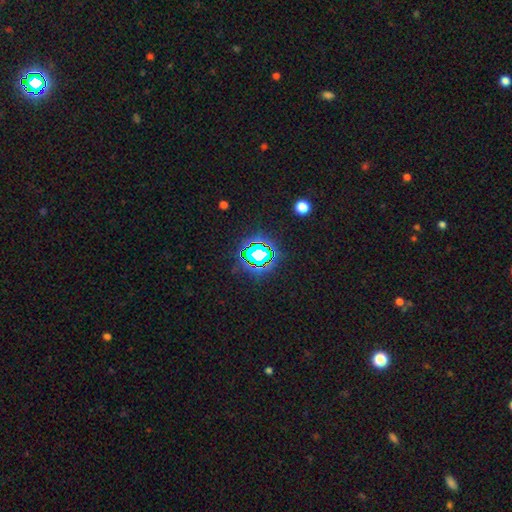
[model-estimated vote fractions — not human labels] star or artifact 74%, smooth 16%, featured or disk 10%.